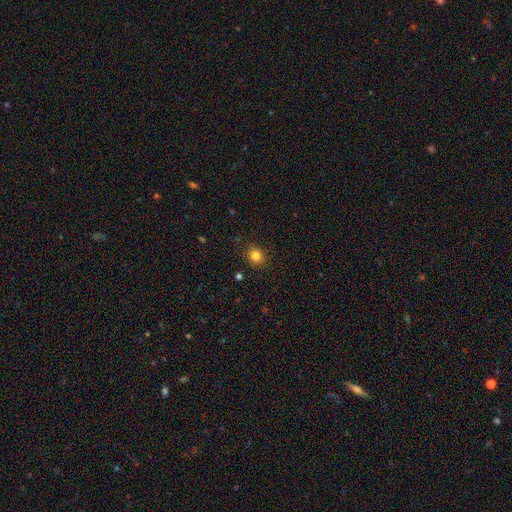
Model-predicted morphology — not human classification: Overall: smooth (82%). How rounded: round (79%). Merging: none (89%).